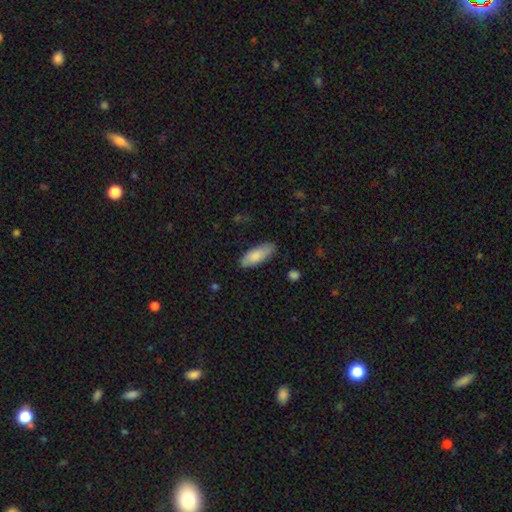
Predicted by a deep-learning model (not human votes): A smooth galaxy with no disk features (82%) that is in between round and cigar-shaped (73%). Merging: none (79%).